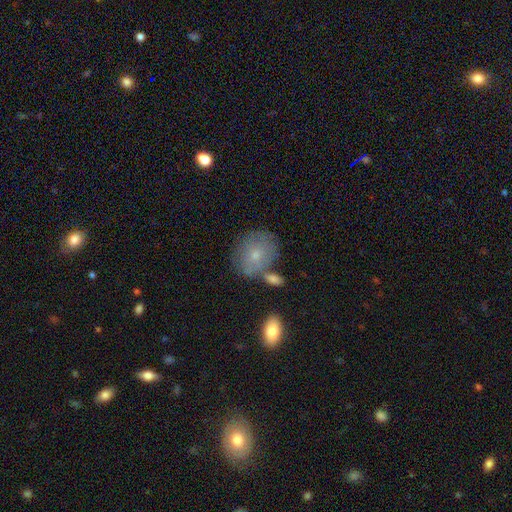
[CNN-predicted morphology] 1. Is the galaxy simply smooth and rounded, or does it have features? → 69% smooth, 23% featured or disk, 9% star or artifact.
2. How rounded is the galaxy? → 61% round, 38% in between, 1% cigar-shaped.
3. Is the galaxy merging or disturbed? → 60% none, 20% minor disturbance, 13% merger, 7% major disturbance.